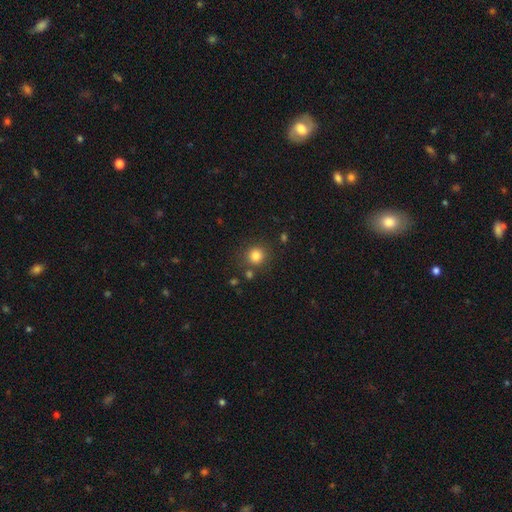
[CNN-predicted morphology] Smooth or featured: smooth — 82% (star or artifact — 12%)
How rounded: round — 90% (in between — 9%)
Merging: none — 81% (minor disturbance — 9%)